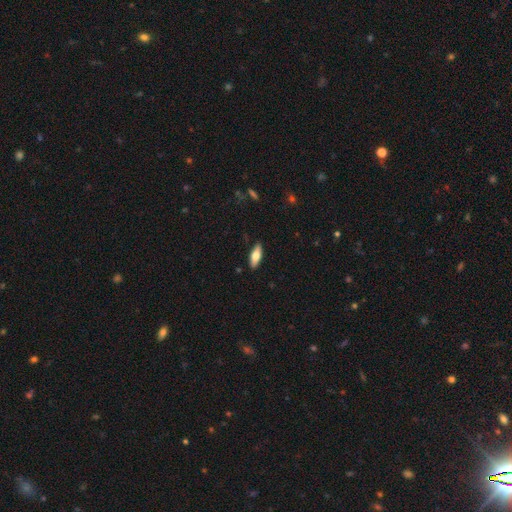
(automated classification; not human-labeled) Overall: smooth (65%; featured or disk 29%). How rounded: in between (62%; cigar-shaped 36%). Merging: none (88%).